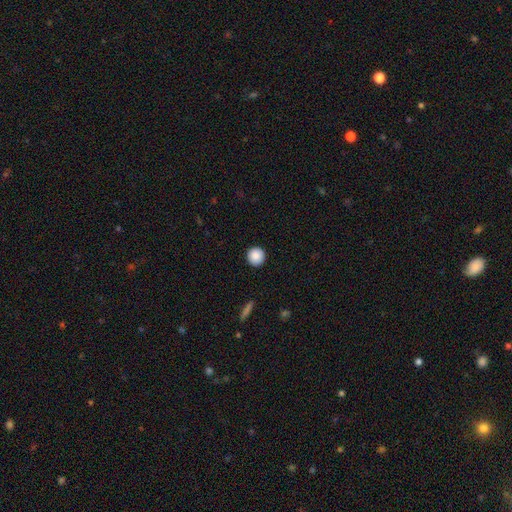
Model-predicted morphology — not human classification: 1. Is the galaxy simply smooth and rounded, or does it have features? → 88% smooth, 8% star or artifact, 4% featured or disk.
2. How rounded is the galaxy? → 96% round, 3% in between, 1% cigar-shaped.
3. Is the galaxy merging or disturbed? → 93% none, 5% minor disturbance, 1% major disturbance, 1% merger.